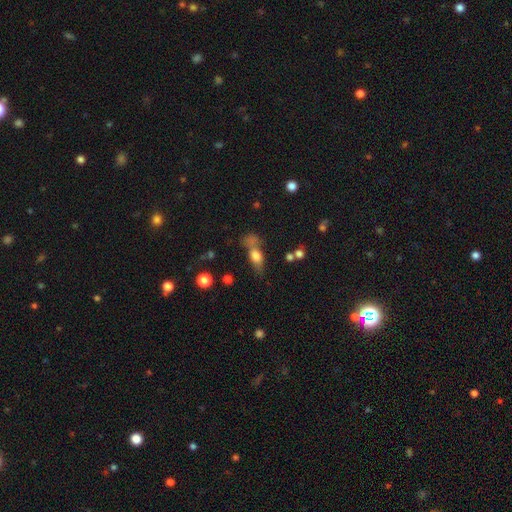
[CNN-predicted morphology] smooth_or_featured: smooth (p=0.70) [alt: featured or disk p=0.19]
how_rounded: in between (p=0.71) [alt: cigar-shaped p=0.17]
merging: none (p=0.41) [alt: merger p=0.25]